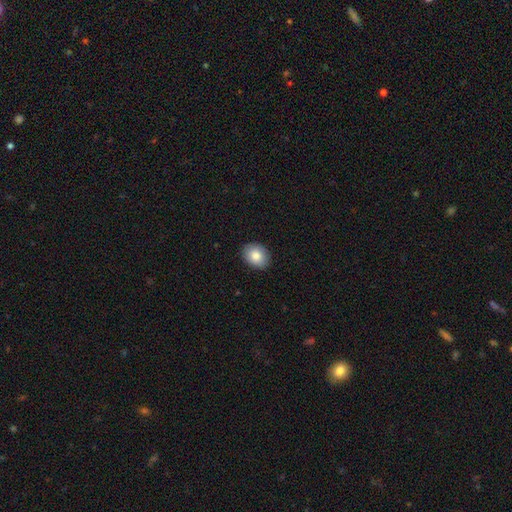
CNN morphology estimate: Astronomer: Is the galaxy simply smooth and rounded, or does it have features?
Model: smooth — 84%.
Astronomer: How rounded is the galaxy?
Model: in between — 56% (runner-up: round, 43%).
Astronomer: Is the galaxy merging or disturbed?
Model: none — 89%.